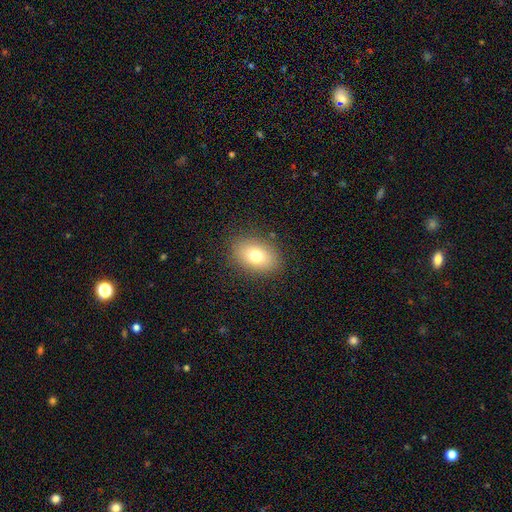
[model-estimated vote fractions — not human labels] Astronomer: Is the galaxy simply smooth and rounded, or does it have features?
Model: smooth — 75%.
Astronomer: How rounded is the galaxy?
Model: in between — 78%.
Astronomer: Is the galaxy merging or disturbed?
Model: none — 86%.